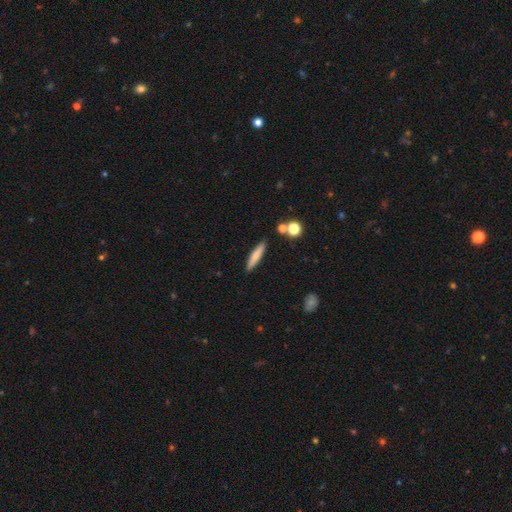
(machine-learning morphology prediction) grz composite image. It shows a smooth galaxy with no disk features (75%) that is cigar-shaped (88%). Merging: none (88%).